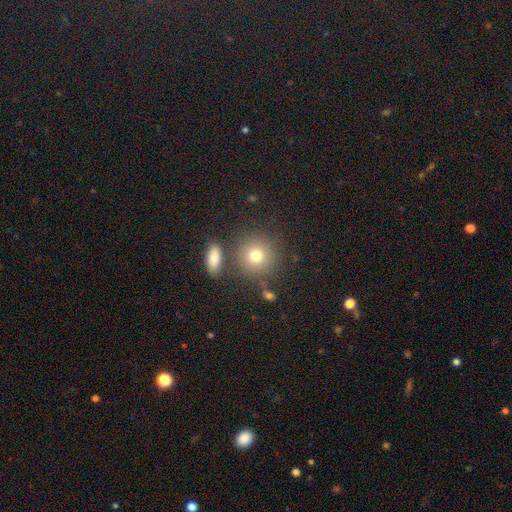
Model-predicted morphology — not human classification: Smooth or featured: smooth — 76% (star or artifact — 13%)
How rounded: round — 90% (in between — 9%)
Merging: none — 79% (minor disturbance — 9%)